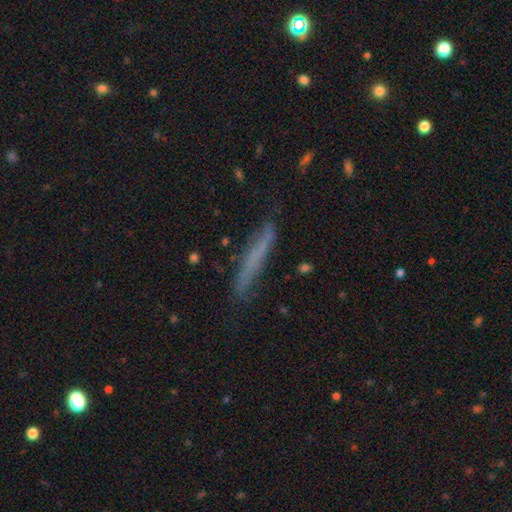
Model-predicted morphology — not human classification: This appears to be a smooth galaxy with no disk features (57%) that is cigar-shaped (94%). Merging: none (79%).